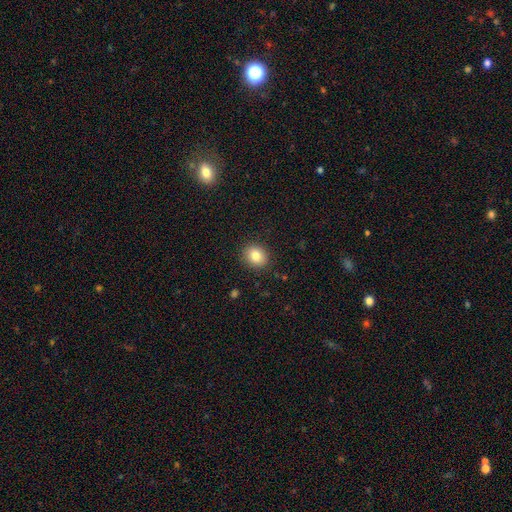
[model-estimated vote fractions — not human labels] smooth 83%, star or artifact 10%, featured or disk 8%. Down the decision tree: how rounded — round (59%); merging — none (89%).